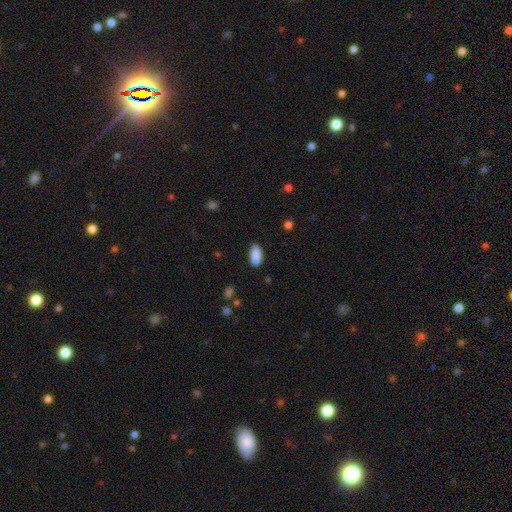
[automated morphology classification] type=smooth (88%); roundness=in between (84%); merging=none (81%).